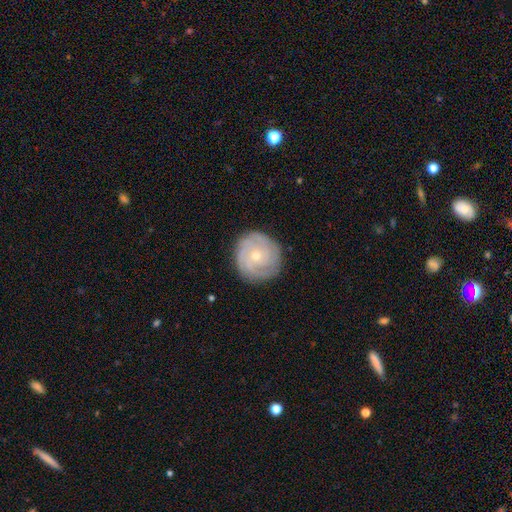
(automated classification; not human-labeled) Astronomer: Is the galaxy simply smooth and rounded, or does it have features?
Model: featured or disk — 78%.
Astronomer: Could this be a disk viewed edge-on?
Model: no — 98%.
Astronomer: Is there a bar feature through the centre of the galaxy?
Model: no — 79%.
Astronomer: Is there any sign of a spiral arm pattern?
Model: yes — 95%.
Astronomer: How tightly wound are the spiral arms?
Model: tight — 76%.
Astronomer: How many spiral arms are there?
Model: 3 — 33% (runner-up: can't tell, 25%).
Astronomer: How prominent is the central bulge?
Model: small — 62%.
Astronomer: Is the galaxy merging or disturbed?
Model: none — 84%.